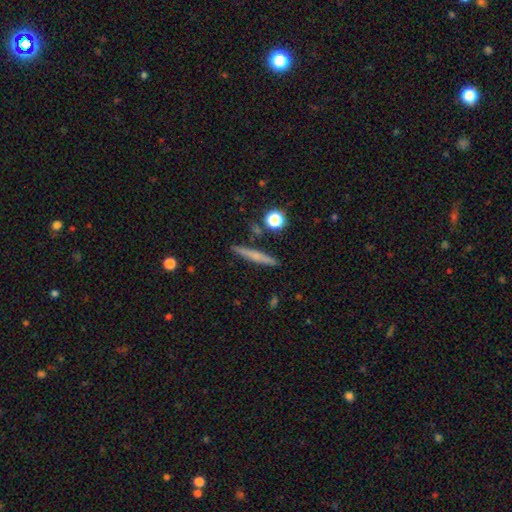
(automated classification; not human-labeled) Smooth or featured?
  - featured or disk: 46% * (tied)
  - smooth: 46% * (tied)
  - star or artifact: 8%
Merging?
  - none: 88% *
  - minor disturbance: 8%
  - merger: 3%
  - major disturbance: 2%